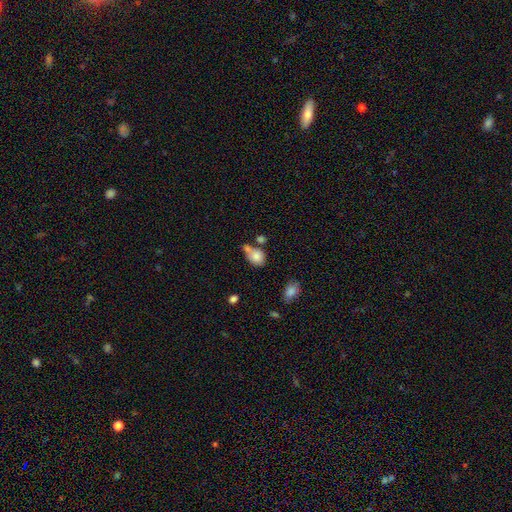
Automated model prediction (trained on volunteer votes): smooth-or-featured: smooth: 79% | featured or disk: 12% | star or artifact: 9%
  how-rounded: in between: 56% | round: 42% | cigar-shaped: 2%
  merging: merger: 38% | none: 36% | minor disturbance: 18% | major disturbance: 8%